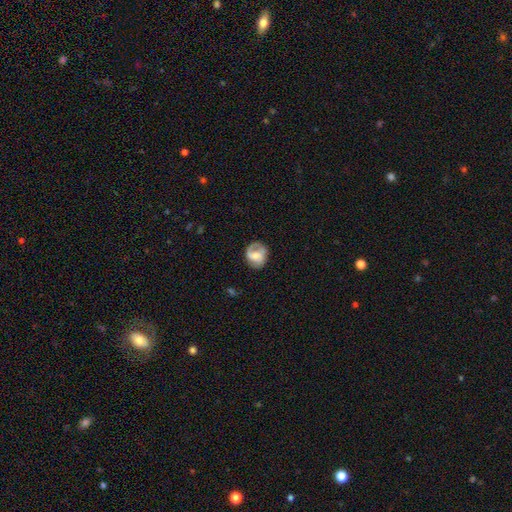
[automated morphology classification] Smooth or featured? featured or disk (53%)
Edge-on disk? no (97%)
Bar? no (47%)
Spiral arms? yes (78%)
Bulge size? moderate (45%)
Merging? none (65%)